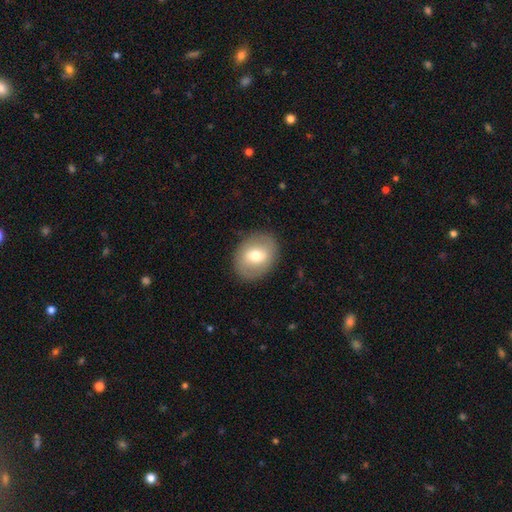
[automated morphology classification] smooth 61%, featured or disk 31%, star or artifact 7%. Down the decision tree: how rounded — in between (52%); merging — none (86%).